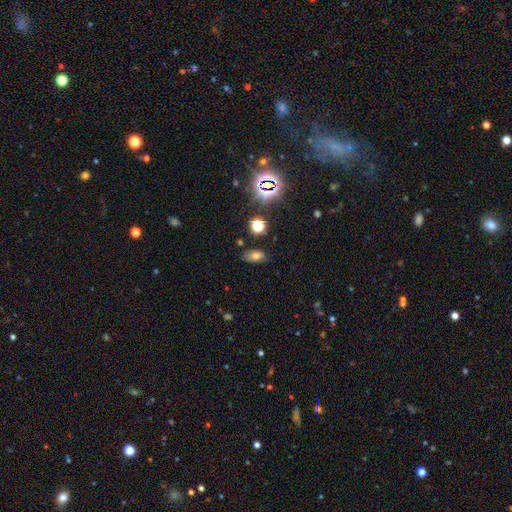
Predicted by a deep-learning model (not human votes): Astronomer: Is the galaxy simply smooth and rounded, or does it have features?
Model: smooth — 65%.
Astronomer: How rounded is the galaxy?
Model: in between — 87%.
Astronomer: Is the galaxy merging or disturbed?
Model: none — 80%.